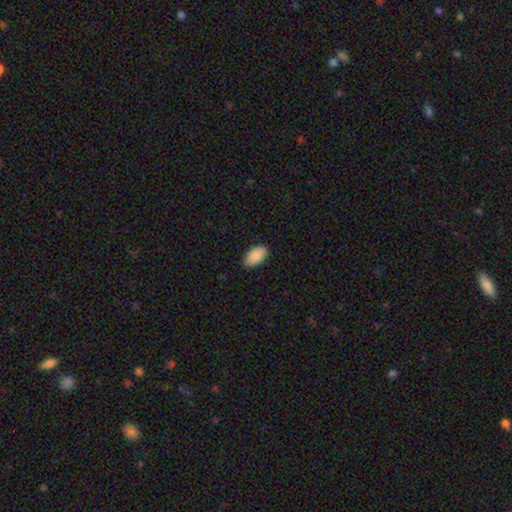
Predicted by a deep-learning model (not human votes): This is clearly a smooth galaxy (90%). How rounded: clearly in between (95%). Merging: clearly none (83%).